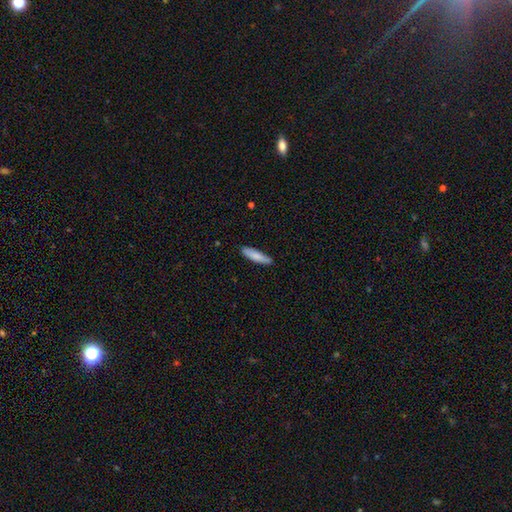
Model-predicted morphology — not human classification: A smooth galaxy with no disk features (82%) that is cigar-shaped (75%). Merging: none (88%).